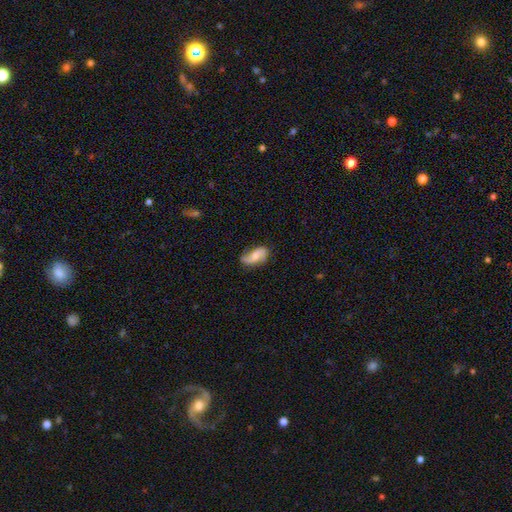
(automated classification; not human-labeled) Overall: featured or disk (55%; smooth 37%). Edge-on disk: no (94%). Bar: no (54%; weak 35%). Spiral arms: yes (91%). Bulge size: moderate (40%; small 35%). Merging: none (66%).